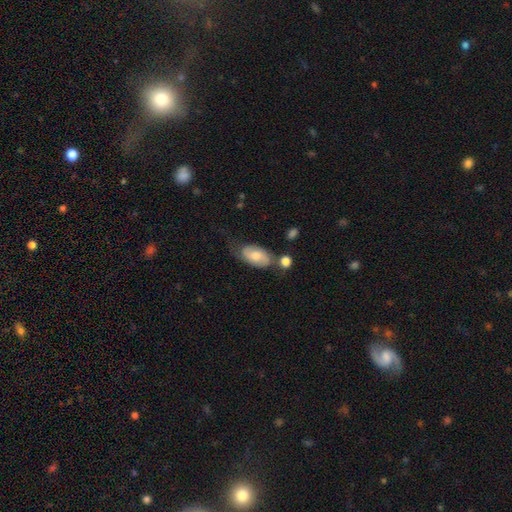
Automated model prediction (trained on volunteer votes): Morphology: type=smooth (54%); roundness=in between (90%); merging=none (46%).